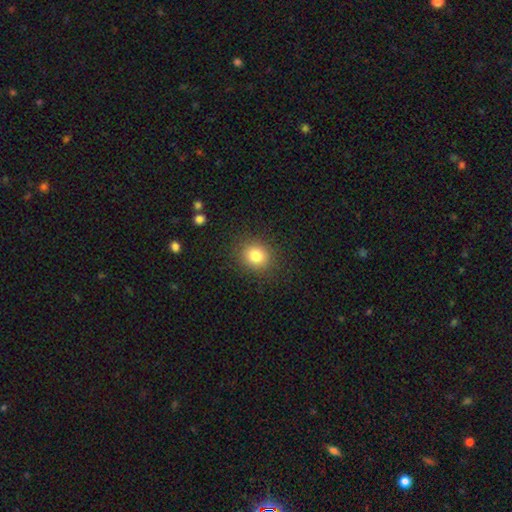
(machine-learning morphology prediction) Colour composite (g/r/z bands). It shows a smooth galaxy with no disk features (81%) that is round (75%). Merging: none (87%).